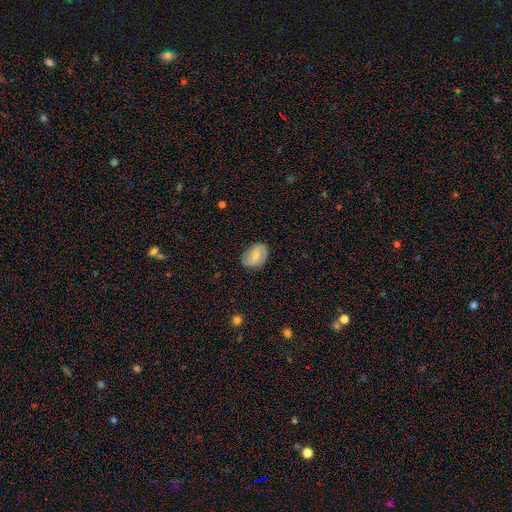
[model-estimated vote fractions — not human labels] Smooth or featured: smooth — 62% (featured or disk — 31%)
How rounded: in between — 82% (round — 17%)
Merging: none — 78% (minor disturbance — 17%)